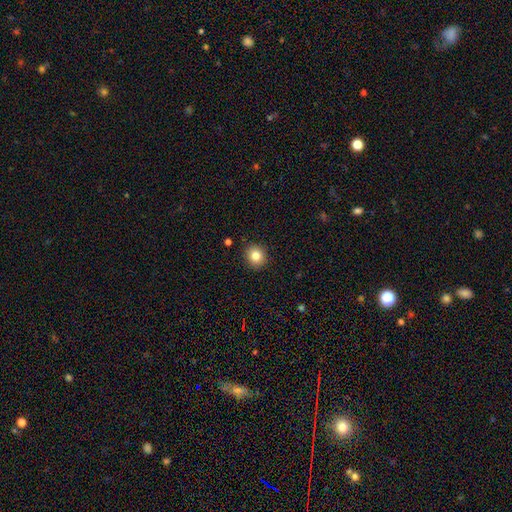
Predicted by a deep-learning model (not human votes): smooth 83%, star or artifact 11%, featured or disk 7%. Down the decision tree: how rounded — round (83%); merging — none (90%).